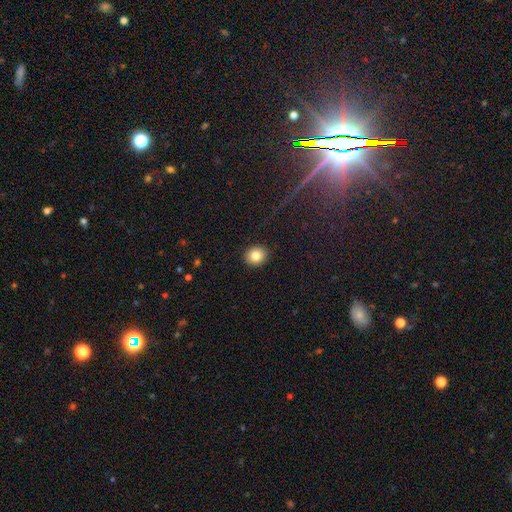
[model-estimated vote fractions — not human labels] The model was most divided on "how rounded": round: 70%, in between: 30%, cigar-shaped: 1%. More confident: merging — none (92%); smooth or featured — smooth (83%).